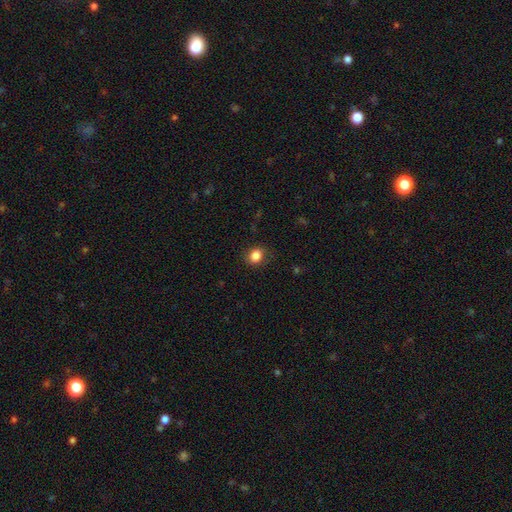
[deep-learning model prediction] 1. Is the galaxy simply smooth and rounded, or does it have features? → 85% smooth, 10% star or artifact, 5% featured or disk.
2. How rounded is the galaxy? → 60% round, 39% in between, 1% cigar-shaped.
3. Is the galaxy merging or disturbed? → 81% none, 14% minor disturbance, 4% major disturbance, 1% merger.